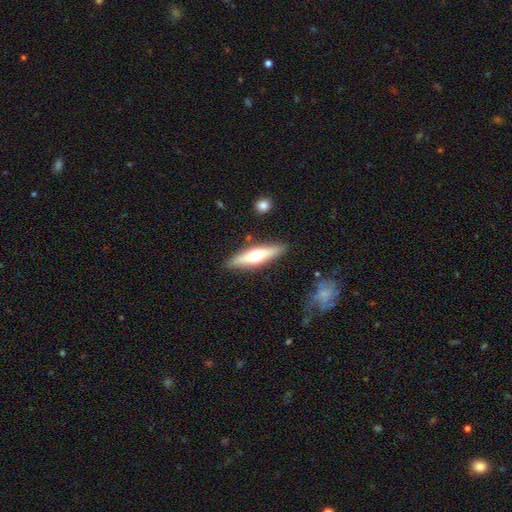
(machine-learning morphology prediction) This is possibly a featured or disk galaxy (49%). Merging: clearly none (87%).